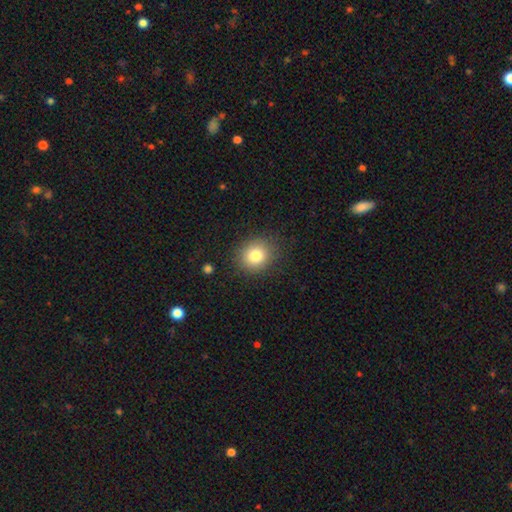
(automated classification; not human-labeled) smooth 81%, star or artifact 11%, featured or disk 8%. Down the decision tree: how rounded — round (77%); merging — none (87%).